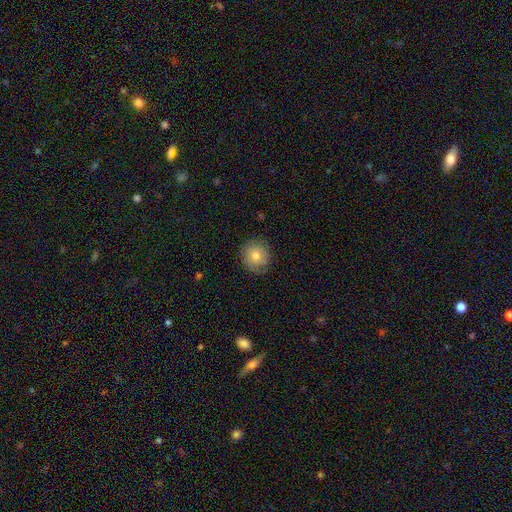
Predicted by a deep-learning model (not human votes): smooth-or-featured: smooth: 71% | featured or disk: 19% | star or artifact: 10%
  how-rounded: round: 90% | in between: 9% | cigar-shaped: 1%
  merging: none: 83% | minor disturbance: 13% | major disturbance: 3% | merger: 1%